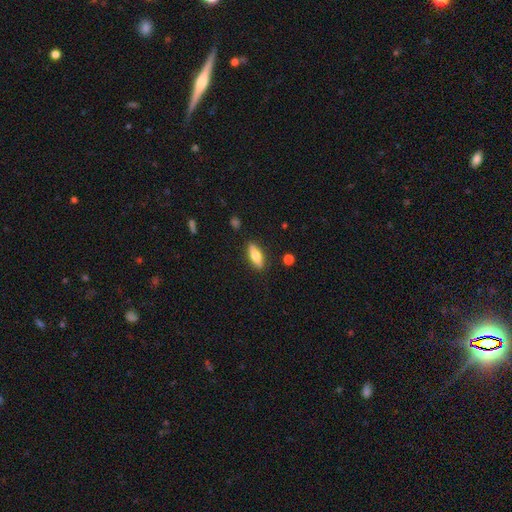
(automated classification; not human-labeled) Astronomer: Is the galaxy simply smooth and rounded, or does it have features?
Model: smooth — 66%.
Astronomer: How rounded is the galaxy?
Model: in between — 61% (runner-up: cigar-shaped, 36%).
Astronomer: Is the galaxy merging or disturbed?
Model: none — 87%.